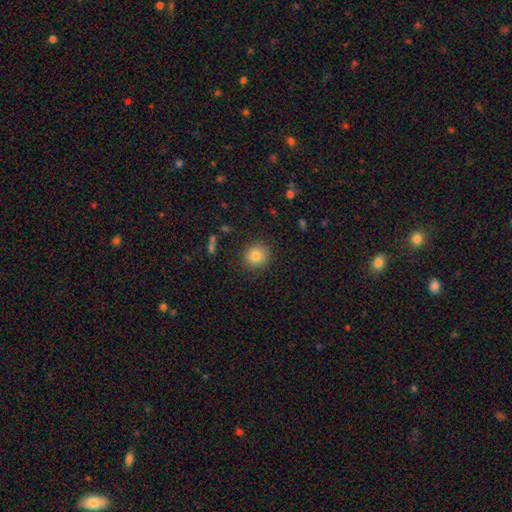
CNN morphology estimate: type=smooth (82%); roundness=round (88%); merging=none (88%).